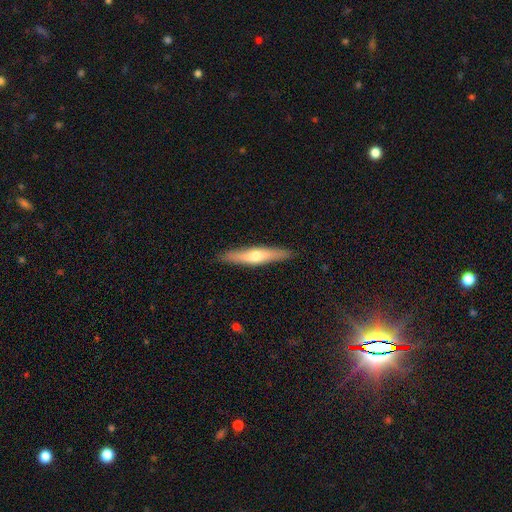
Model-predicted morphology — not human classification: Smooth or featured? featured or disk (51%)
Edge-on disk? yes (92%)
Merging? none (90%)